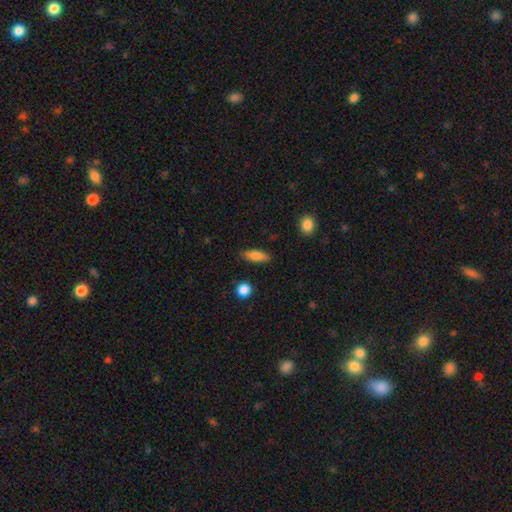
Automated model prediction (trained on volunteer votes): This appears to be a smooth galaxy with no disk features (81%) that is in between round and cigar-shaped (67%). Merging: none (84%).